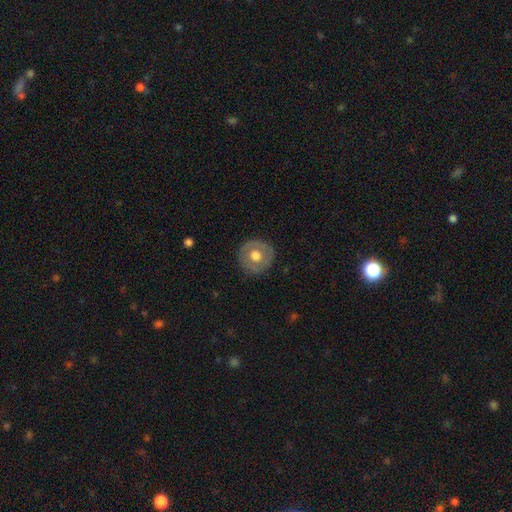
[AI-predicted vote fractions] Overall: smooth (53%; featured or disk 41%). How rounded: round (93%). Merging: none (86%).